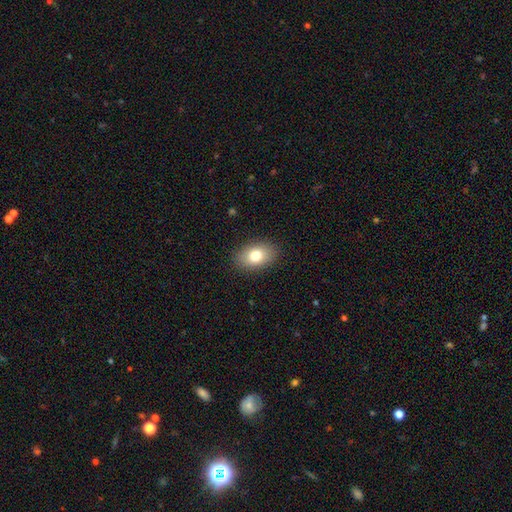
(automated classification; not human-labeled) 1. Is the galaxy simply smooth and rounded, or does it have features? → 79% smooth, 13% featured or disk, 8% star or artifact.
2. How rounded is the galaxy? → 85% in between, 13% round, 1% cigar-shaped.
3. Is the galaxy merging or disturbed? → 88% none, 8% minor disturbance, 2% major disturbance, 1% merger.